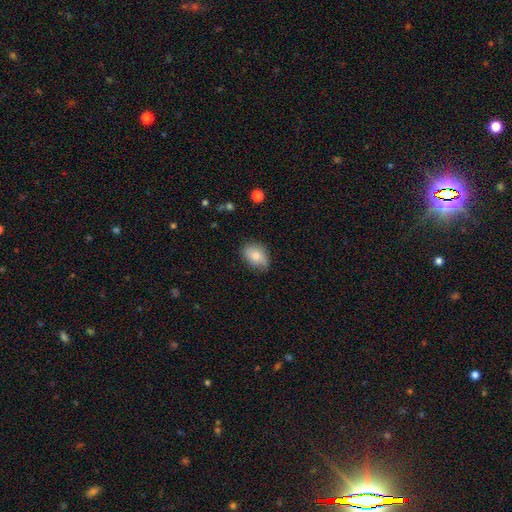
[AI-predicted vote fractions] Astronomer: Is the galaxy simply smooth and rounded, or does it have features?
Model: smooth — 79%.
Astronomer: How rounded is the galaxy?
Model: in between — 76%.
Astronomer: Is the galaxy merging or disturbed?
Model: none — 74%.